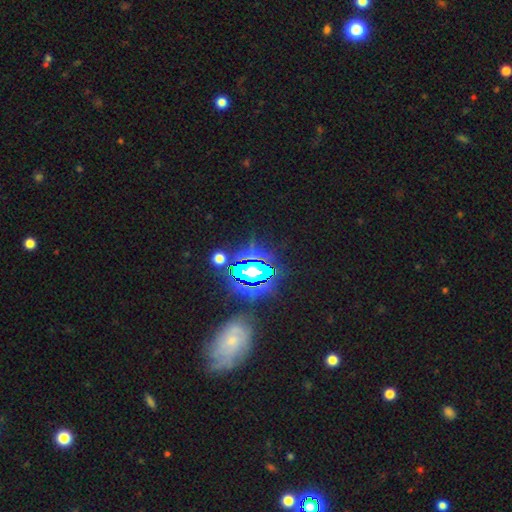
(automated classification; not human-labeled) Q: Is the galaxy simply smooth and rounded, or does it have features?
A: star or artifact — 77%.